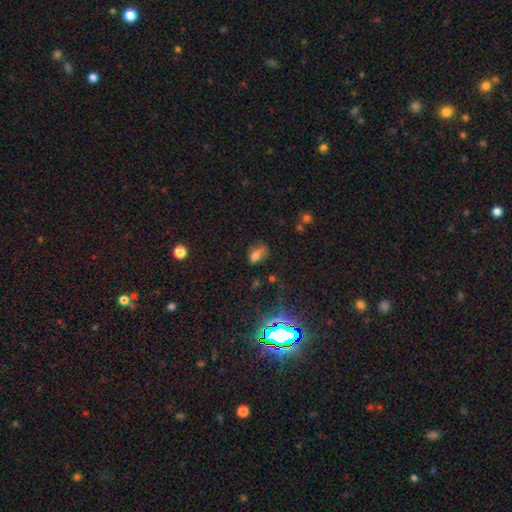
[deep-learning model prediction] This appears to be a smooth galaxy with no disk features (62%) that is in between round and cigar-shaped (81%). Merging: none (44%).